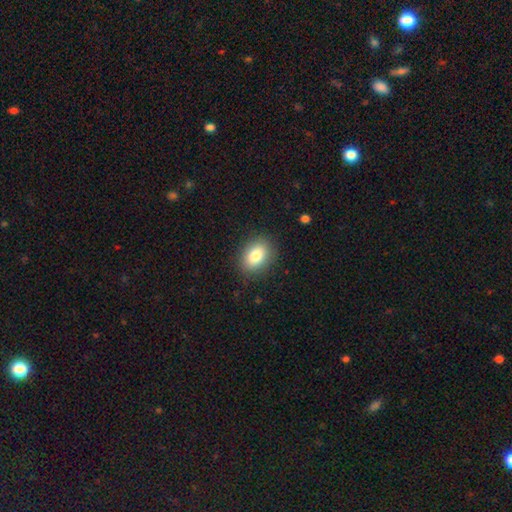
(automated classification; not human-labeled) Morphology: type=smooth (82%); roundness=in between (72%); merging=none (87%).